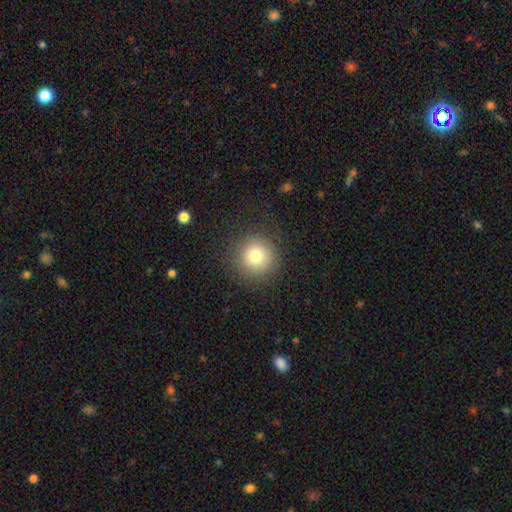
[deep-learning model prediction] smooth 78%, star or artifact 12%, featured or disk 10%. Down the decision tree: how rounded — round (94%); merging — none (87%).